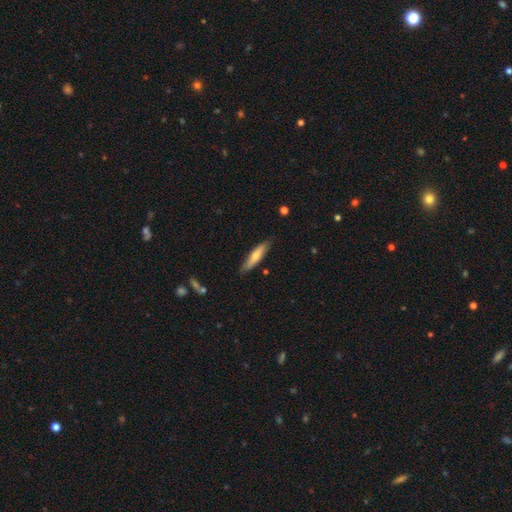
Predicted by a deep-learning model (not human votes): This appears to be a smooth galaxy with no disk features (61%) that is cigar-shaped (81%). Merging: none (83%).